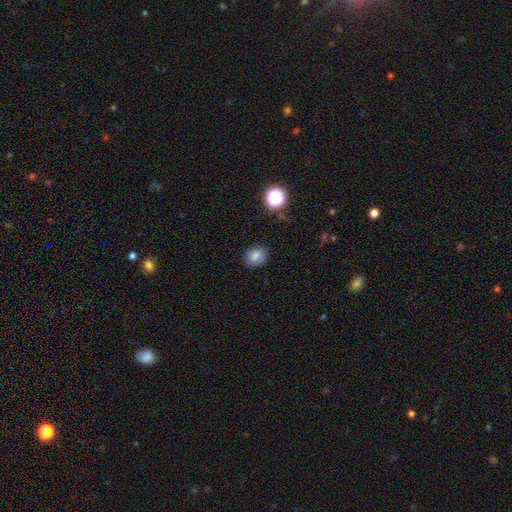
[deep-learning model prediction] This is likely a smooth galaxy (80%). How rounded: possibly in between (52%). Merging: clearly none (82%).